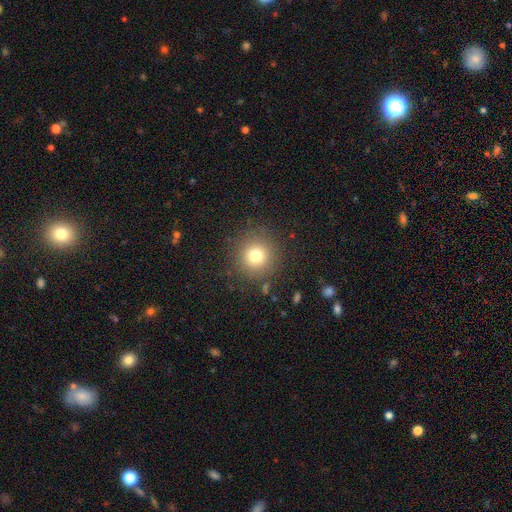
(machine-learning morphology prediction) Smooth or featured?
  - smooth: 76% *
  - star or artifact: 14%
  - featured or disk: 10%
How rounded?
  - round: 95% *
  - in between: 4%
  - cigar-shaped: 1%
Merging?
  - none: 88% *
  - minor disturbance: 7%
  - major disturbance: 3%
  - merger: 2%